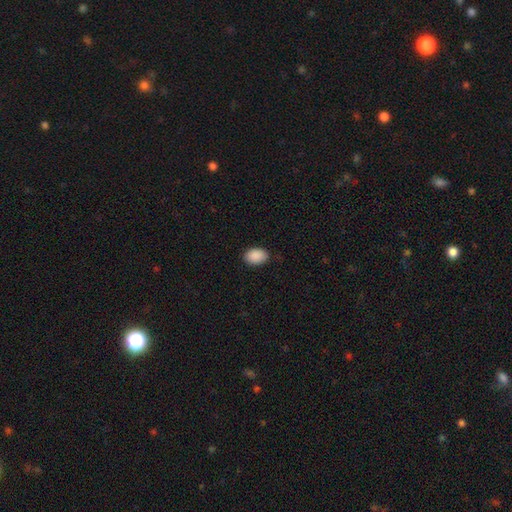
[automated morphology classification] smooth-or-featured: smooth: 90% | star or artifact: 7% | featured or disk: 3%
  how-rounded: in between: 86% | round: 13% | cigar-shaped: 1%
  merging: none: 84% | minor disturbance: 13% | major disturbance: 2% | merger: 1%